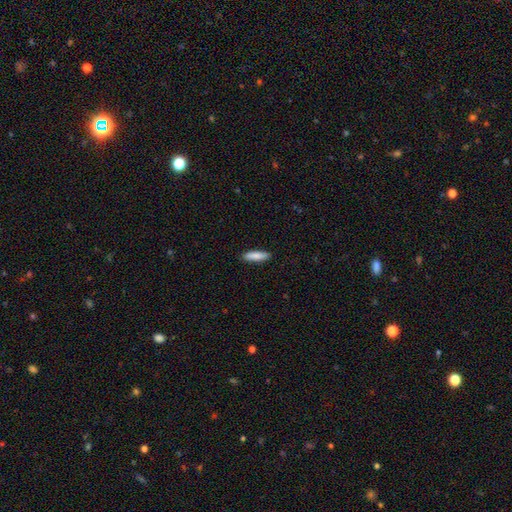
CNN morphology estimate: This appears to be a smooth galaxy with no disk features (84%) that is cigar-shaped (67%). Merging: none (89%).